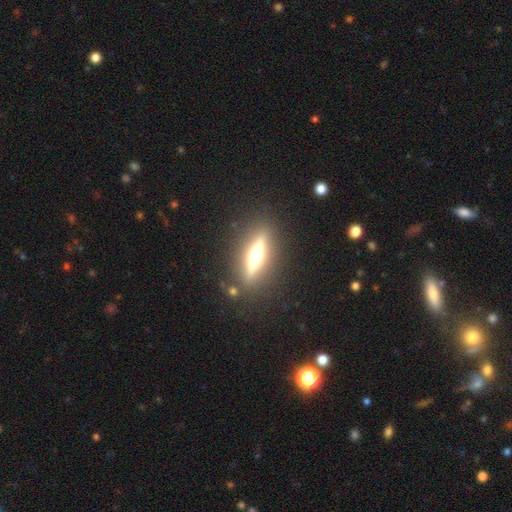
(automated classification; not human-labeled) Overall: featured or disk (71%). Edge-on disk: yes (94%). Edge-on bulge: rounded (93%). Merging: none (87%).